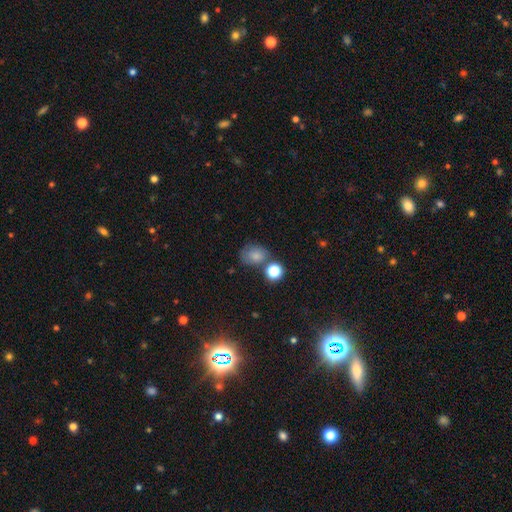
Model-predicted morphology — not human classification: Smooth or featured?
  - smooth: 75% *
  - star or artifact: 14%
  - featured or disk: 11%
How rounded?
  - in between: 53% *
  - round: 46%
  - cigar-shaped: 1%
Merging?
  - none: 54% *
  - minor disturbance: 20%
  - merger: 18%
  - major disturbance: 8%